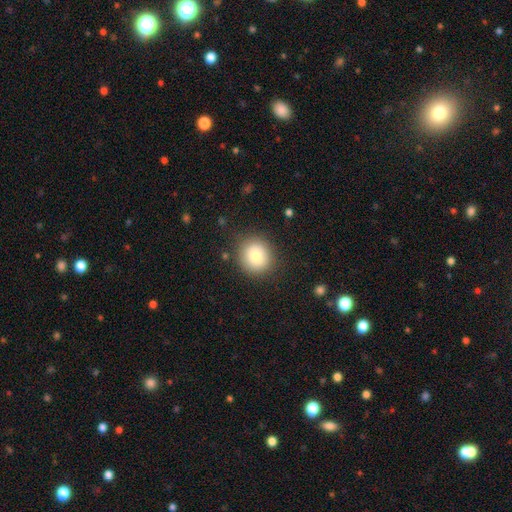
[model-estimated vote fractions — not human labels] A smooth galaxy with no disk features (80%) that is round (86%).

Vote fractions:
- Smooth or featured? smooth: 80% / featured or disk: 10% / star or artifact: 9%
- How rounded? round: 86% / in between: 13% / cigar-shaped: 1%
- Merging? none: 86% / minor disturbance: 9% / major disturbance: 4% / merger: 1%